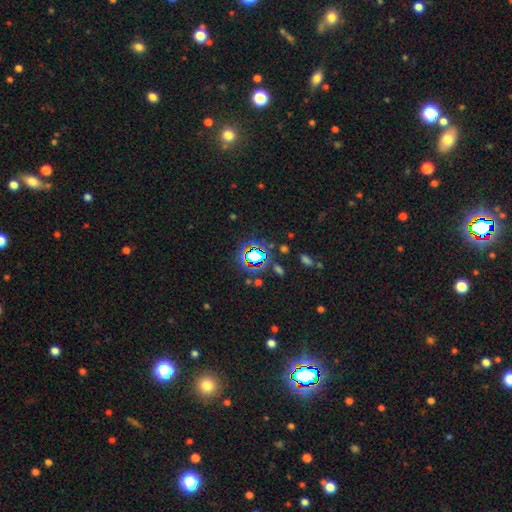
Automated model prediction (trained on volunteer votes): Smooth or featured? Predicted: star or artifact (p=0.67).